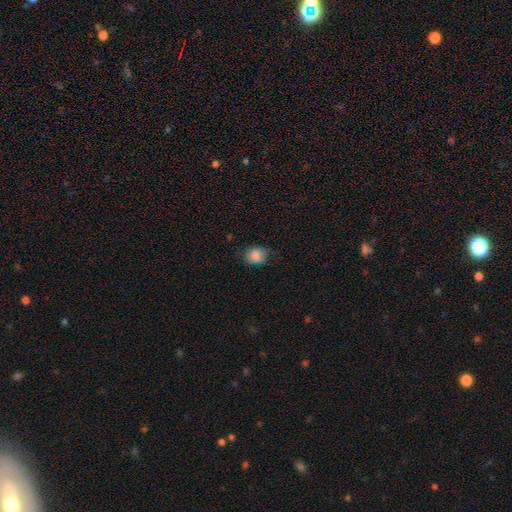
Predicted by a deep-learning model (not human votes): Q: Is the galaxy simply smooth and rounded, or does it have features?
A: smooth — 83%.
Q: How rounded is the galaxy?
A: round — 56%.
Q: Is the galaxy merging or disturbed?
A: none — 69%.